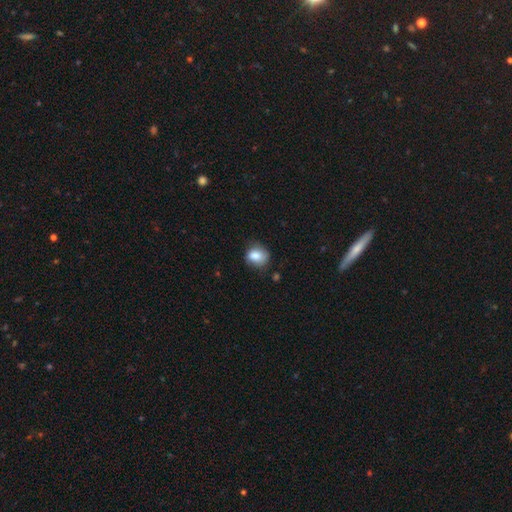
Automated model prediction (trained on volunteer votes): Smooth or featured?
  - smooth: 82% *
  - featured or disk: 9%
  - star or artifact: 8%
How rounded?
  - round: 57% *
  - in between: 42%
  - cigar-shaped: 1%
Merging?
  - none: 63% *
  - minor disturbance: 28%
  - major disturbance: 7%
  - merger: 2%